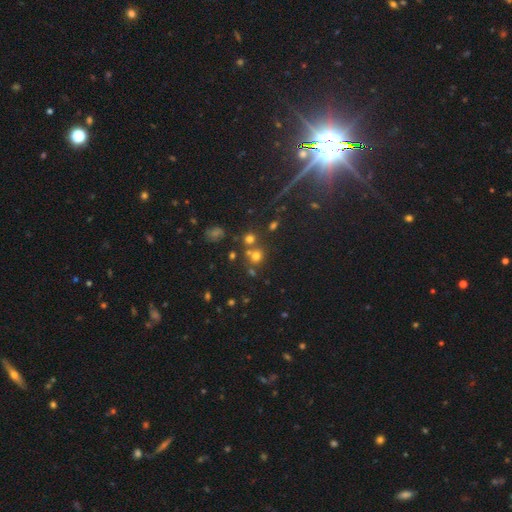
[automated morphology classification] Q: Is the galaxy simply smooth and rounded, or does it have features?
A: smooth — 62%.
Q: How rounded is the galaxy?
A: round — 86%.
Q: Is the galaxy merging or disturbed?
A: none — 60%.